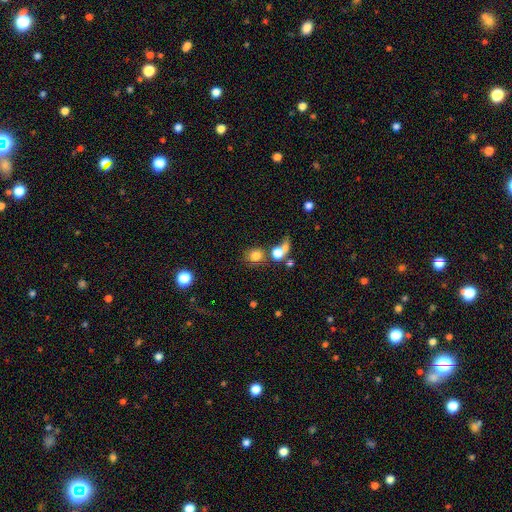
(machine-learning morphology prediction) A smooth galaxy with no disk features (78%) that is round (73%).

Vote fractions:
- Smooth or featured? smooth: 78% / star or artifact: 14% / featured or disk: 9%
- How rounded? round: 73% / in between: 25% / cigar-shaped: 1%
- Merging? none: 52% / merger: 27% / minor disturbance: 12% / major disturbance: 10%